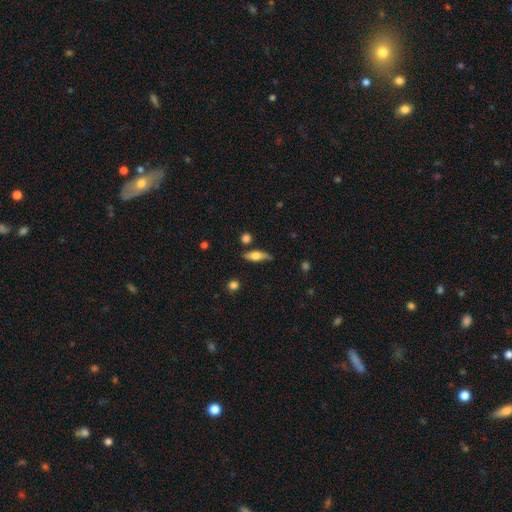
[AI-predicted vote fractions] Smooth or featured: smooth — 56% (featured or disk — 37%)
How rounded: in between — 52% (cigar-shaped — 44%)
Merging: none — 70% (minor disturbance — 20%)